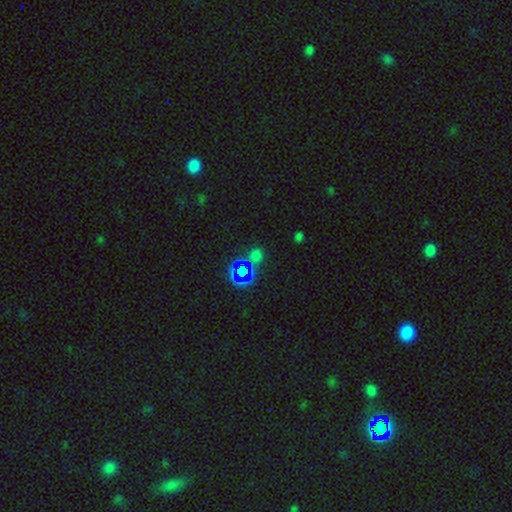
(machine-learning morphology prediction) smooth_or_featured: star or artifact (p=0.47) [alt: smooth p=0.45]